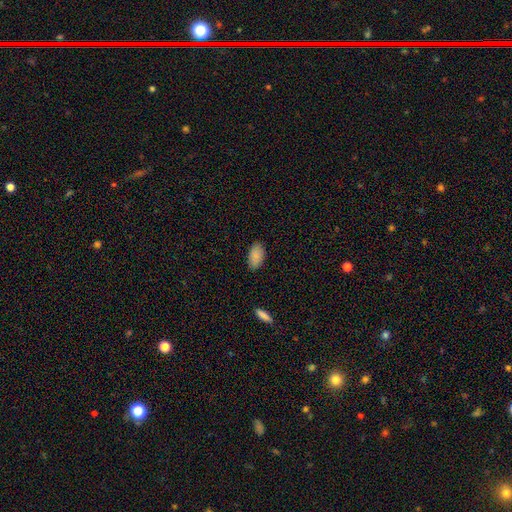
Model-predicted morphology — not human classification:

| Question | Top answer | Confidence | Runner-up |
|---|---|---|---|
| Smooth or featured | smooth | 88% | star or artifact (7%) |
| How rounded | in between | 94% | round (3%) |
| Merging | none | 87% | minor disturbance (10%) |